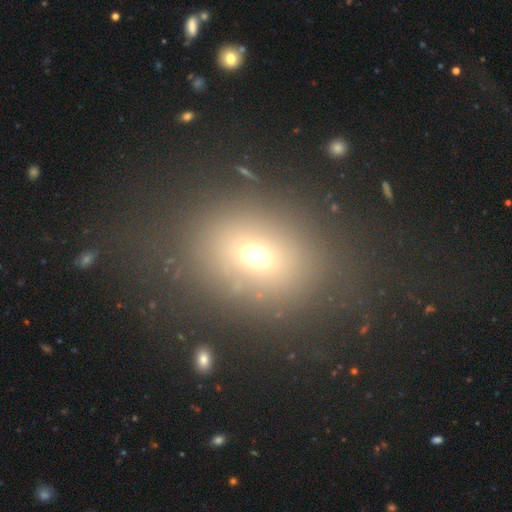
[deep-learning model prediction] A smooth galaxy with no disk features (65%) that is in between round and cigar-shaped (56%).

Vote fractions:
- Smooth or featured? smooth: 65% / star or artifact: 20% / featured or disk: 15%
- How rounded? in between: 56% / round: 42% / cigar-shaped: 2%
- Merging? none: 77% / minor disturbance: 12% / major disturbance: 9% / merger: 3%